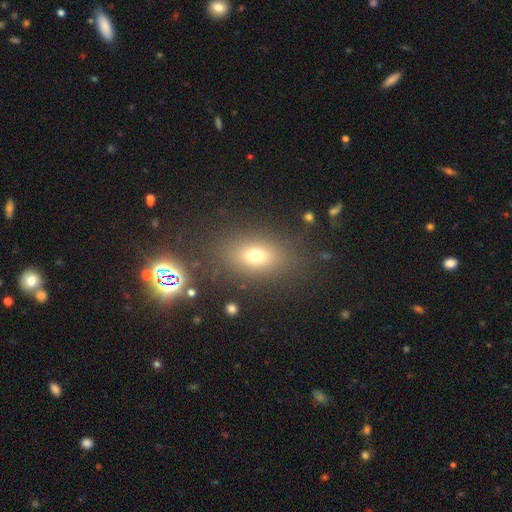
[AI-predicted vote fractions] Q: Smooth or featured?
A: smooth (68%); runner-up: star or artifact (18%)
Q: How rounded?
A: in between (73%); runner-up: round (23%)
Q: Merging?
A: none (81%); runner-up: minor disturbance (10%)